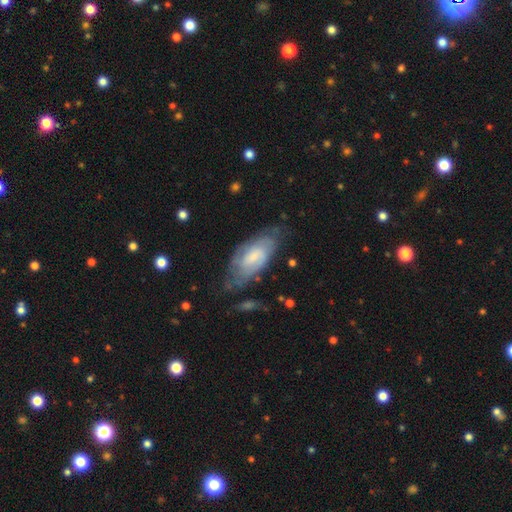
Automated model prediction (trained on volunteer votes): Q: Smooth or featured?
A: featured or disk (63%); runner-up: smooth (31%)
Q: Edge-on disk?
A: no (91%); runner-up: yes (9%)
Q: Bar?
A: no (45%); tied with: weak (45%)
Q: Spiral arms?
A: yes (83%); runner-up: no (17%)
Q: Bulge size?
A: small (51%); runner-up: moderate (32%)
Q: Merging?
A: none (59%); runner-up: minor disturbance (26%)